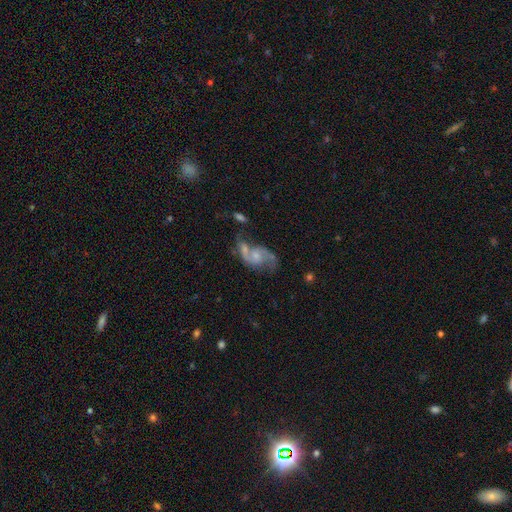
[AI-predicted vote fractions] Overall: featured or disk (83%). Edge-on disk: no (98%). Bar: no (59%; weak 35%). Spiral arms: yes (93%). Spiral arm count: 2 (89%). Spiral winding: loose (48%; medium 42%). Bulge size: small (47%; moderate 32%). Merging: none (39%; merger 26%).